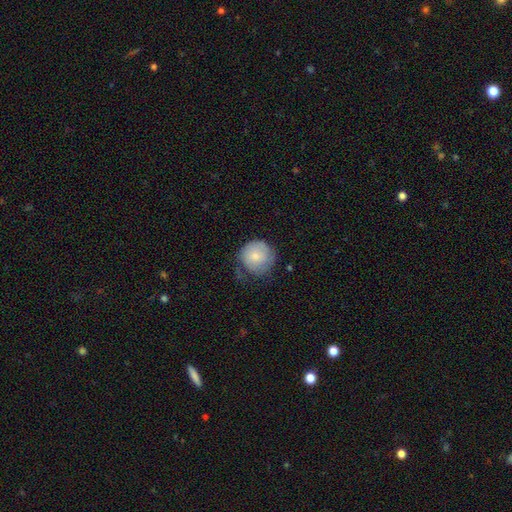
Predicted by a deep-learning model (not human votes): A smooth galaxy with no disk features (68%) that is round (92%). Merging: none (56%).